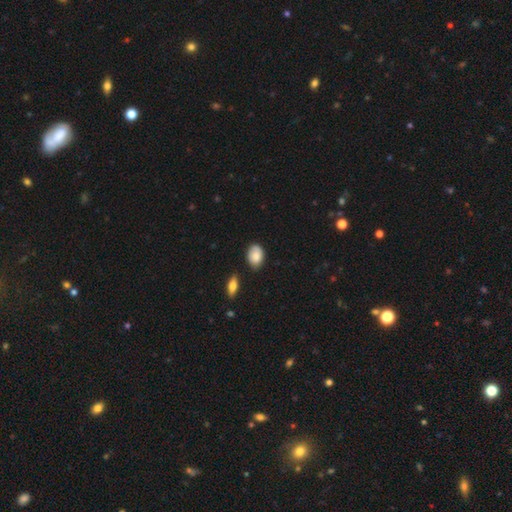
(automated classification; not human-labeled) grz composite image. It shows a smooth galaxy with no disk features (84%) that is in between round and cigar-shaped (83%). Merging: none (72%).